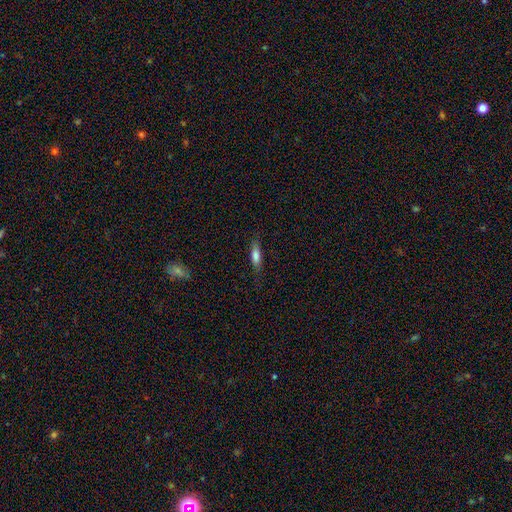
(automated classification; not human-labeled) Smooth or featured?
  - smooth: 75% *
  - featured or disk: 17%
  - star or artifact: 7%
How rounded?
  - cigar-shaped: 49% * (tied)
  - in between: 49% * (tied)
  - round: 2%
Merging?
  - none: 77% *
  - minor disturbance: 17%
  - major disturbance: 5%
  - merger: 1%